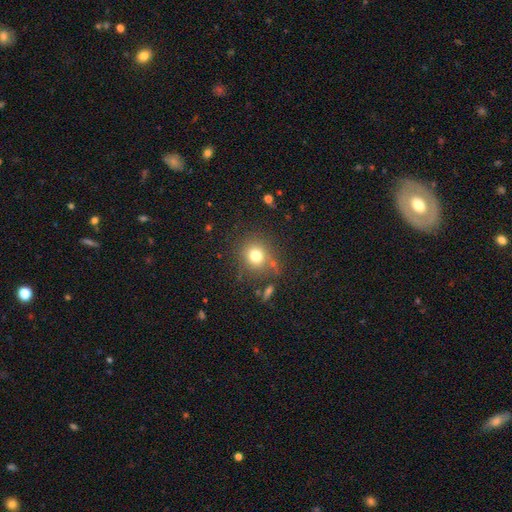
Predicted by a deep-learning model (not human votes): A smooth galaxy with no disk features (76%) that is round (86%).

Vote fractions:
- Smooth or featured? smooth: 76% / star or artifact: 15% / featured or disk: 9%
- How rounded? round: 86% / in between: 13% / cigar-shaped: 1%
- Merging? none: 79% / minor disturbance: 11% / merger: 5% / major disturbance: 4%